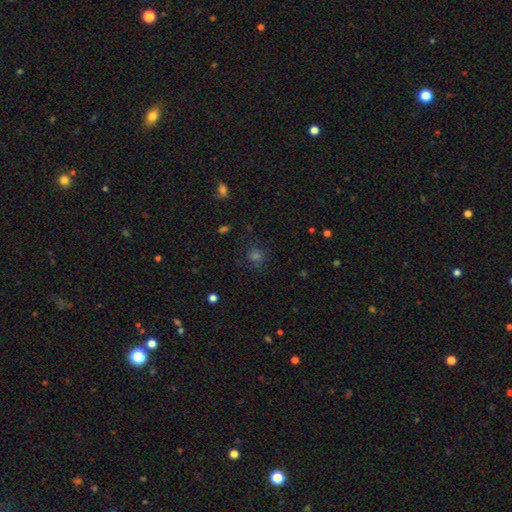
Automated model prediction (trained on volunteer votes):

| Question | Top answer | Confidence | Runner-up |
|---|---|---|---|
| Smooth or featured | smooth | 53% | star or artifact (38%) |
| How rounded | round | 88% | in between (11%) |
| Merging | none | 81% | minor disturbance (11%) |